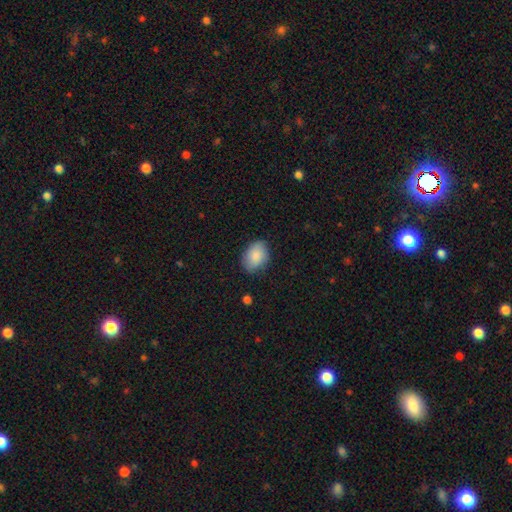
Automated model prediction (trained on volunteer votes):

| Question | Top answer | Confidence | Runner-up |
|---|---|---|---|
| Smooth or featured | smooth | 86% | featured or disk (8%) |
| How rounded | in between | 77% | round (22%) |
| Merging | none | 79% | minor disturbance (17%) |